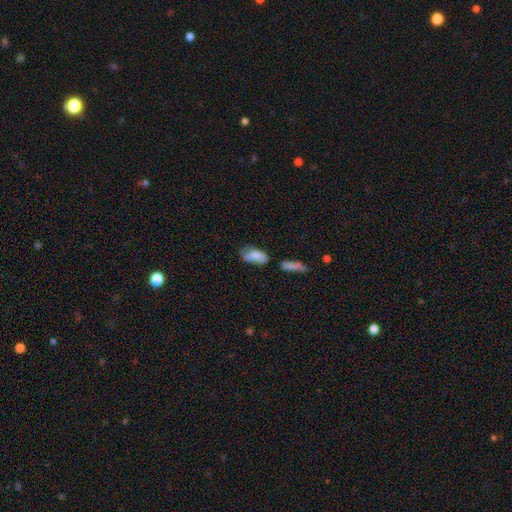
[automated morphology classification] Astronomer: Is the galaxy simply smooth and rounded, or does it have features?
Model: smooth — 74%.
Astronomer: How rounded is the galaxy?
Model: in between — 87%.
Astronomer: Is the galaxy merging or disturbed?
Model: none — 43% (runner-up: minor disturbance, 29%).